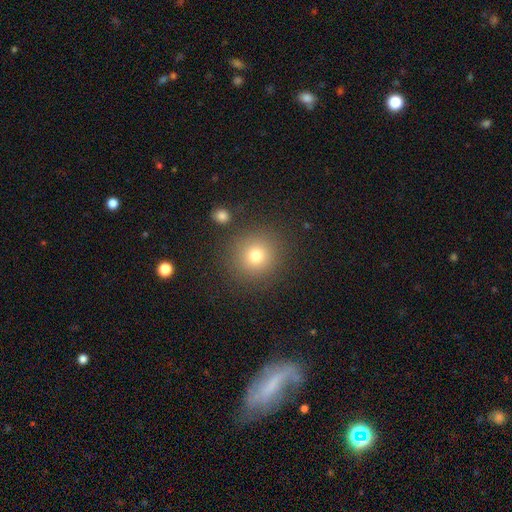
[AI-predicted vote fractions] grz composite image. It shows a smooth galaxy with no disk features (75%) that is round (92%). Merging: none (86%).